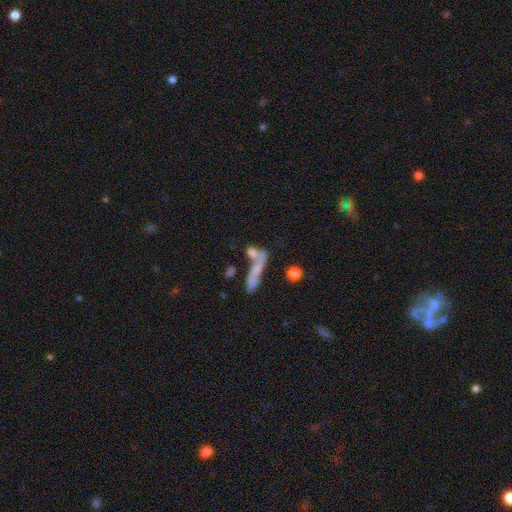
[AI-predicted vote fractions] Smooth or featured? smooth (57%)
How rounded? cigar-shaped (57%)
Merging? merger (41%)